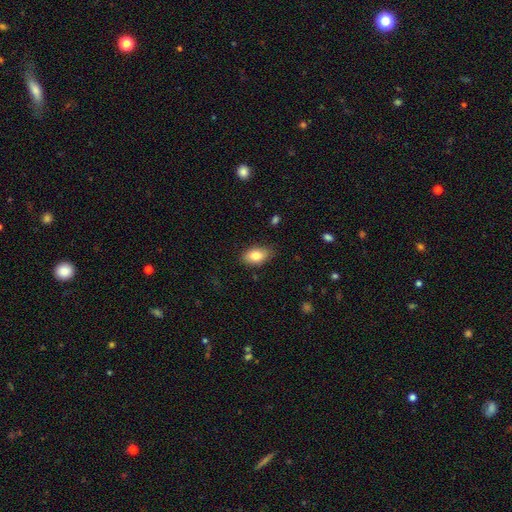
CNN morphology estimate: smooth_or_featured: smooth (p=0.82) [alt: featured or disk p=0.11]
how_rounded: in between (p=0.91) [alt: round p=0.07]
merging: none (p=0.82) [alt: minor disturbance p=0.14]